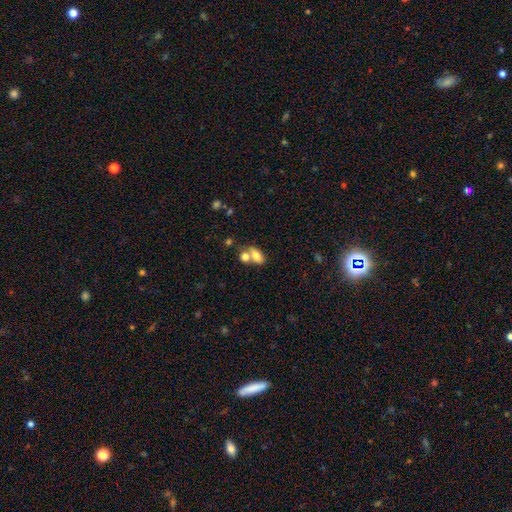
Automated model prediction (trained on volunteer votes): smooth_or_featured: smooth (p=0.76) [alt: featured or disk p=0.15]
how_rounded: in between (p=0.85) [alt: round p=0.11]
merging: merger (p=0.50) [alt: none p=0.35]